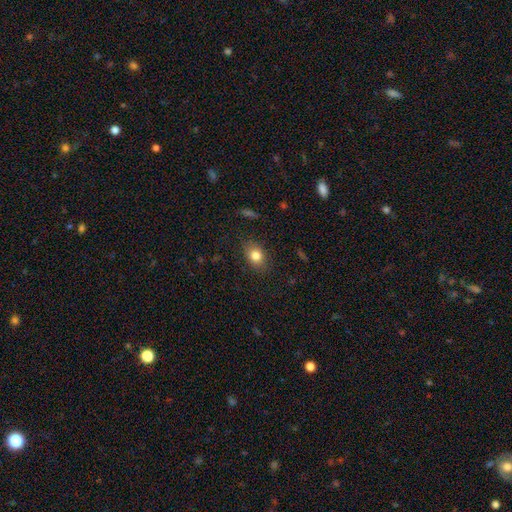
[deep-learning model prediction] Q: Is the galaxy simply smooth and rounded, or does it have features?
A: smooth — 81%.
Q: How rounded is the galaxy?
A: in between — 60%.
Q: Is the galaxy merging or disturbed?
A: none — 85%.